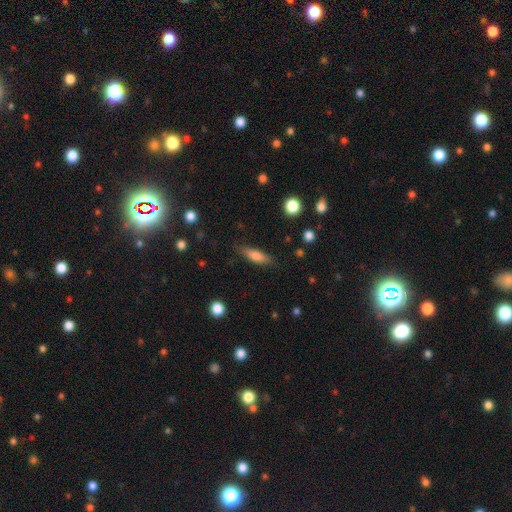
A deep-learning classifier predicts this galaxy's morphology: This appears to be a smooth galaxy with no disk features (73%) that is cigar-shaped (56%). Merging: none (81%).